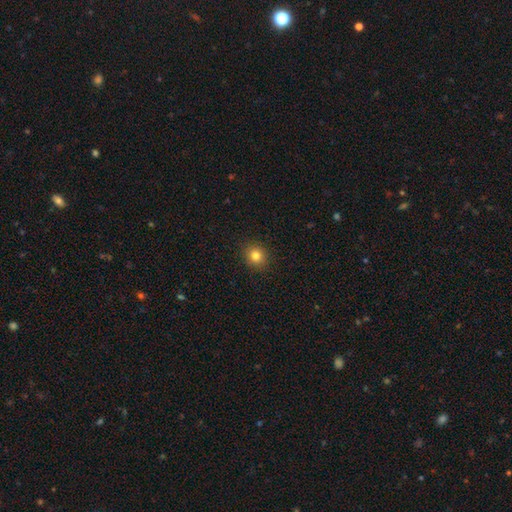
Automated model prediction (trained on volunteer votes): Smooth or featured? Predicted: smooth (p=0.81). How rounded? Predicted: round (p=0.79). Merging? Predicted: none (p=0.91).